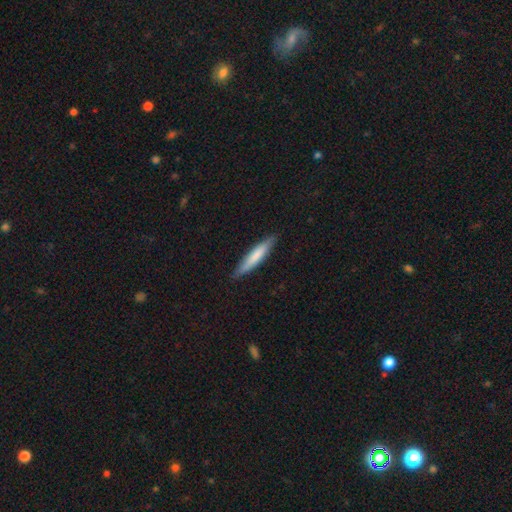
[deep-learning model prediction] Smooth or featured? smooth (69%)
How rounded? cigar-shaped (90%)
Merging? none (87%)